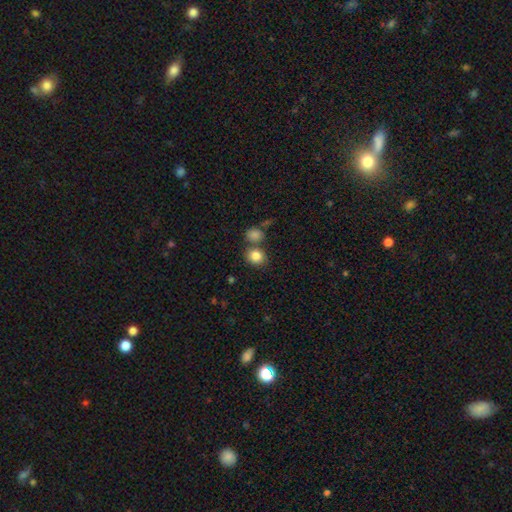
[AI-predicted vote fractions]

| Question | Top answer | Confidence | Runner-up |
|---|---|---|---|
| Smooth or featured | smooth | 84% | star or artifact (10%) |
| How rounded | round | 75% | in between (24%) |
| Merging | none | 64% | merger (23%) |